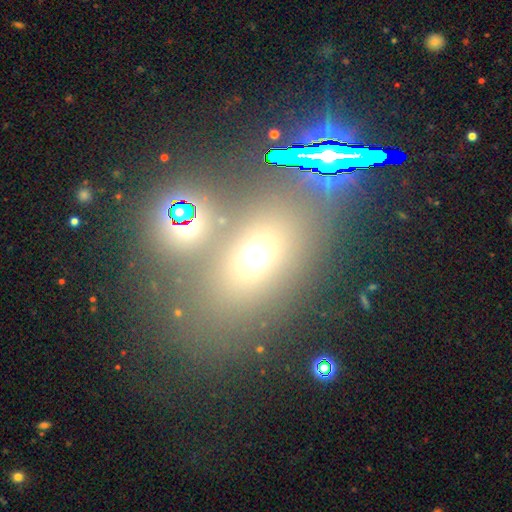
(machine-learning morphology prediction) Overall: smooth (61%; star or artifact 26%). How rounded: in between (64%; round 33%). Merging: none (60%; merger 22%).